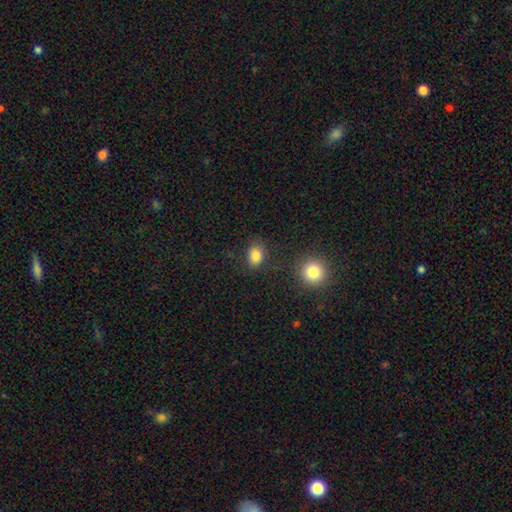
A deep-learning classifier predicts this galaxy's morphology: smooth 84%, star or artifact 11%, featured or disk 5%. Down the decision tree: how rounded — in between (74%); merging — none (79%).